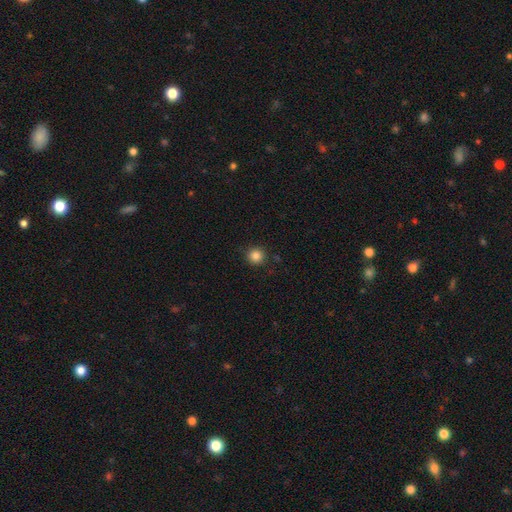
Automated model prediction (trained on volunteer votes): This appears to be a smooth galaxy with no disk features (85%) that is round (95%). Merging: none (91%).